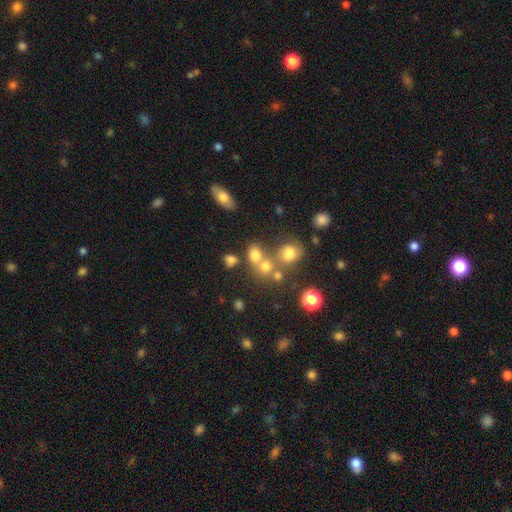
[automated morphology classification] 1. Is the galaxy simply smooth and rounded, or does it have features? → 69% smooth, 17% star or artifact, 14% featured or disk.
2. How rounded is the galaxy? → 58% round, 40% in between, 2% cigar-shaped.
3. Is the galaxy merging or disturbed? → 43% none, 39% merger, 11% minor disturbance, 7% major disturbance.